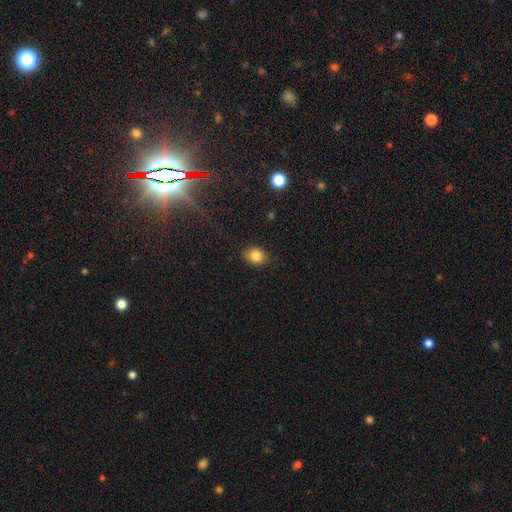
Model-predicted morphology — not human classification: A smooth galaxy with no disk features (83%) that is in between round and cigar-shaped (60%).

Vote fractions:
- Smooth or featured? smooth: 83% / star or artifact: 10% / featured or disk: 7%
- How rounded? in between: 60% / round: 39% / cigar-shaped: 1%
- Merging? none: 87% / minor disturbance: 10% / major disturbance: 2% / merger: 1%